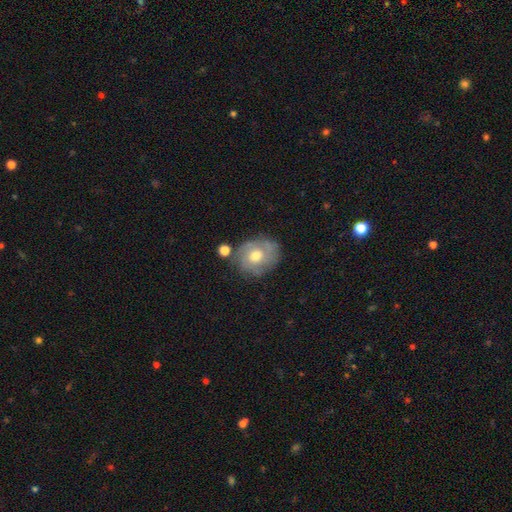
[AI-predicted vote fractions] This appears to be a featured or disk galaxy (60%) with no bar (76%), spiral arms (73%) and a moderate central bulge (76%). Merging: none (67%).